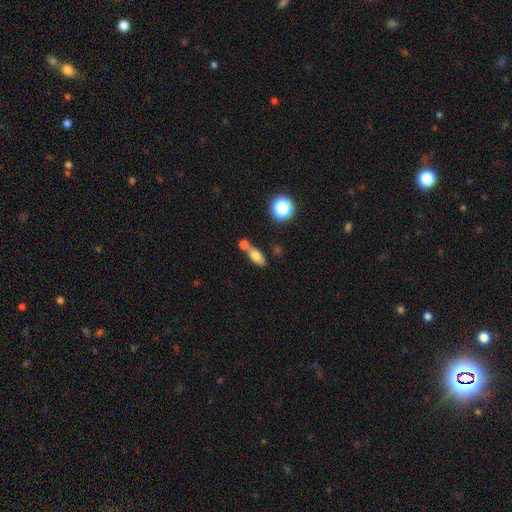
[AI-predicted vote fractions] Smooth or featured: smooth — 72% (featured or disk — 17%)
How rounded: in between — 76% (cigar-shaped — 15%)
Merging: none — 52% (merger — 32%)